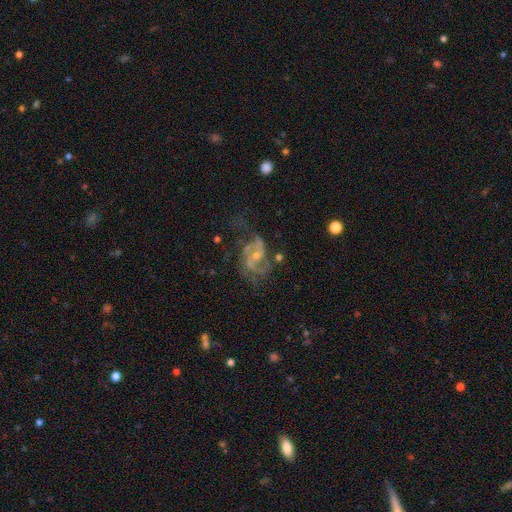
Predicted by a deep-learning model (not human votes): A featured or disk galaxy (86%) with no bar (47%), 2 (73%) medium (53%) spiral arms (94%) and a small central bulge (59%).

Vote fractions:
- Smooth or featured? featured or disk: 86% / star or artifact: 8% / smooth: 7%
- Edge-on disk? no: 98% / yes: 2%
- Bar? no: 47% / weak: 42% / strong: 11%
- Spiral arms? yes: 94% / no: 6%
- Spiral winding? medium: 53% / loose: 26% / tight: 21%
- Spiral arm count? 2: 73% / 3: 10% / can't tell: 9% / 1: 3% / 4: 3% / more than 4: 2%
- Bulge size? small: 59% / moderate: 34% / none: 5% / large: 2% / dominant: 1%
- Merging? none: 50% / major disturbance: 24% / minor disturbance: 22% / merger: 4%